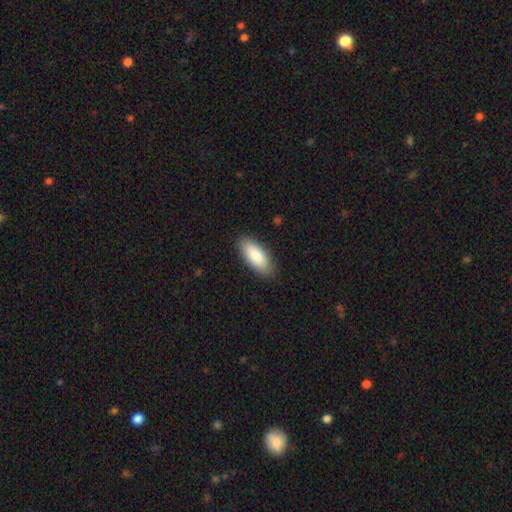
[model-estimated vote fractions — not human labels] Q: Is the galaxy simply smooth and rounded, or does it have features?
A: smooth — 86%.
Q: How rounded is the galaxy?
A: in between — 82%.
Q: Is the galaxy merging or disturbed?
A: none — 88%.